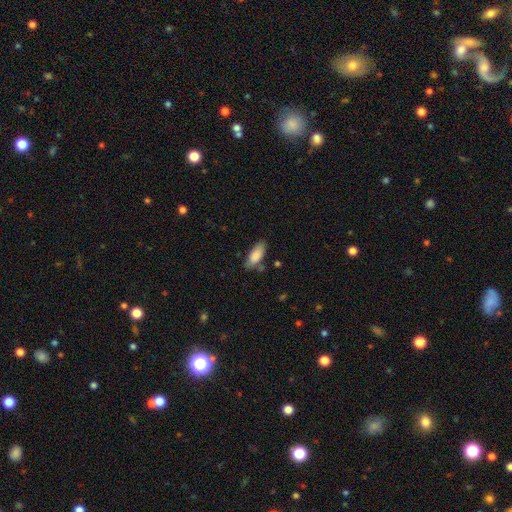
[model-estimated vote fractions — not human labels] Morphology: type=smooth (86%); roundness=in between (82%); merging=none (66%).